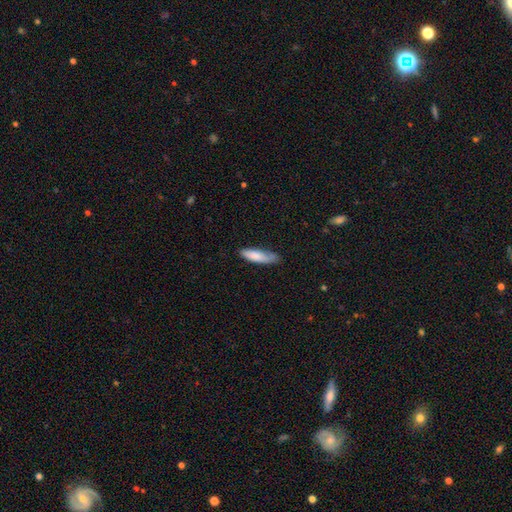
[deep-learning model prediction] Smooth or featured? smooth (82%)
How rounded? cigar-shaped (60%)
Merging? none (62%)